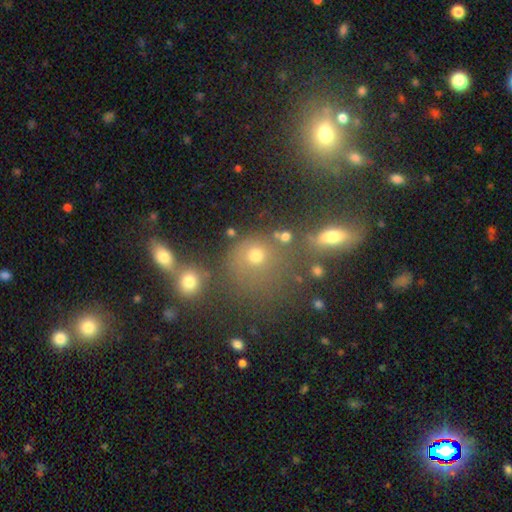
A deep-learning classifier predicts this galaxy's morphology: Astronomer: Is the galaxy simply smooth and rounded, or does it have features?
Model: smooth — 66%.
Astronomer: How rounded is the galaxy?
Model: round — 74%.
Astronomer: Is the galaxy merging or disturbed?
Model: none — 55%.